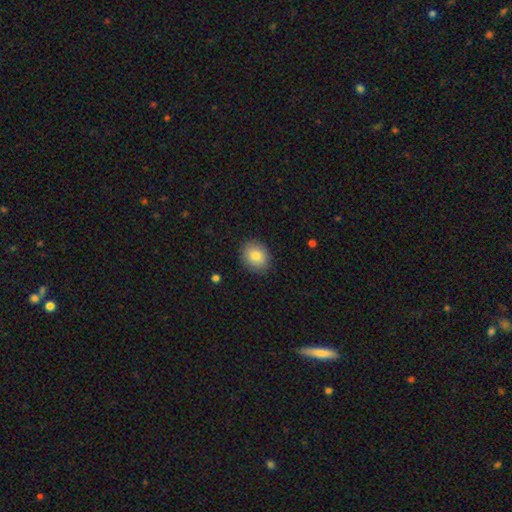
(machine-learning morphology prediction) Q: Smooth or featured?
A: smooth (82%); runner-up: featured or disk (10%)
Q: How rounded?
A: round (55%); runner-up: in between (44%)
Q: Merging?
A: none (88%); runner-up: minor disturbance (9%)